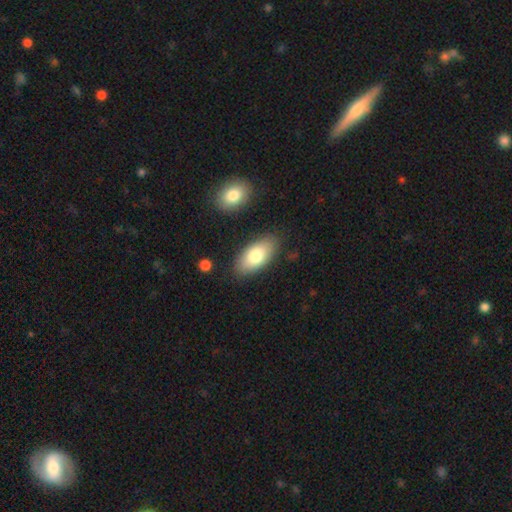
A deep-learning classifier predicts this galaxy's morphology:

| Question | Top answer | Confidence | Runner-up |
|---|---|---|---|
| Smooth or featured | smooth | 78% | featured or disk (16%) |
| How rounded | in between | 92% | cigar-shaped (5%) |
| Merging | none | 84% | minor disturbance (11%) |